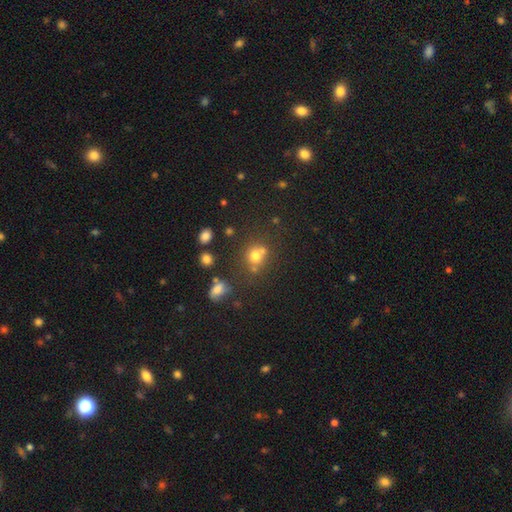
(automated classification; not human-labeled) Smooth or featured: smooth — 69% (star or artifact — 18%)
How rounded: round — 79% (in between — 20%)
Merging: none — 52% (merger — 29%)